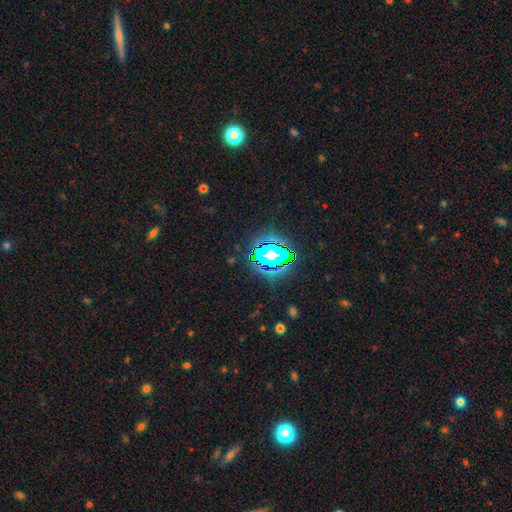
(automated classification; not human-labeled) Smooth or featured?
  - star or artifact: 82% *
  - smooth: 11%
  - featured or disk: 7%